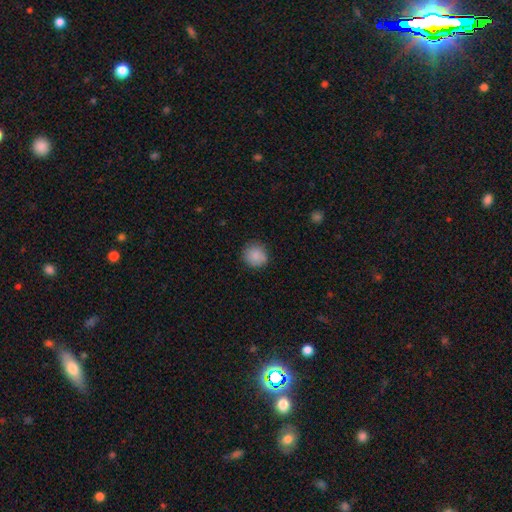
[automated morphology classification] This is clearly a smooth galaxy (87%). How rounded: clearly round (90%). Merging: clearly none (85%).